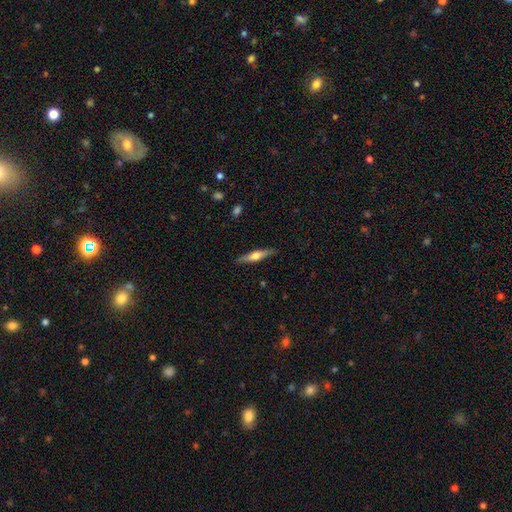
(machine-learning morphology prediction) Q: Smooth or featured?
A: featured or disk (56%); runner-up: smooth (38%)
Q: Edge-on disk?
A: yes (96%); runner-up: no (4%)
Q: Edge-on bulge?
A: rounded (90%); runner-up: boxy (6%)
Q: Merging?
A: none (89%); runner-up: minor disturbance (8%)